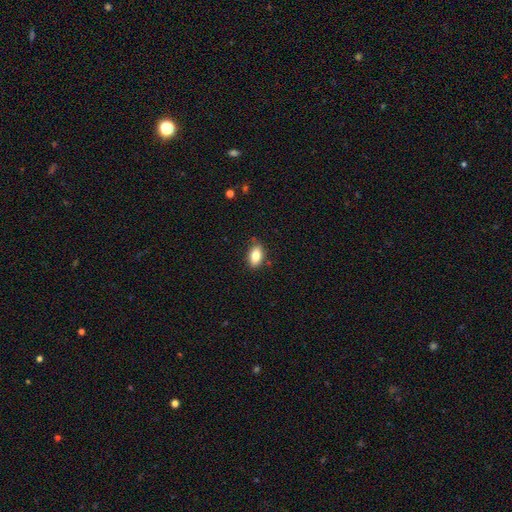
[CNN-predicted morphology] Smooth or featured?
  - smooth: 83% *
  - featured or disk: 10%
  - star or artifact: 8%
How rounded?
  - in between: 90% *
  - round: 7%
  - cigar-shaped: 3%
Merging?
  - none: 83% *
  - minor disturbance: 13%
  - major disturbance: 2%
  - merger: 2%